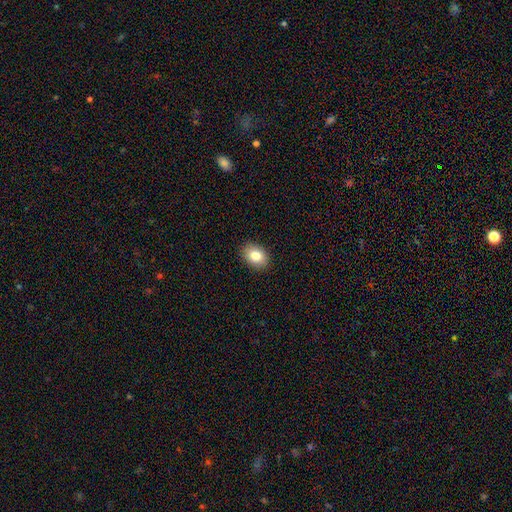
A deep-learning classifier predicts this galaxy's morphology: smooth_or_featured: smooth (p=0.82) [alt: featured or disk p=0.09]
how_rounded: in between (p=0.71) [alt: round p=0.28]
merging: none (p=0.90) [alt: minor disturbance p=0.07]